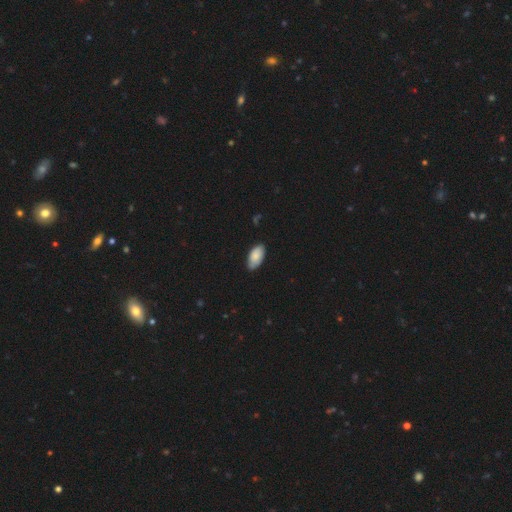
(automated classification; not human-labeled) Q: Smooth or featured?
A: smooth (83%); runner-up: featured or disk (11%)
Q: How rounded?
A: in between (95%); runner-up: cigar-shaped (3%)
Q: Merging?
A: none (77%); runner-up: minor disturbance (19%)